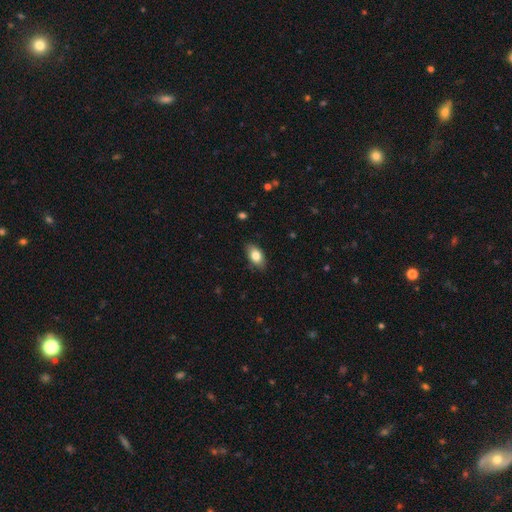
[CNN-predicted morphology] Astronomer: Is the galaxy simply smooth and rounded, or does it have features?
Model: smooth — 81%.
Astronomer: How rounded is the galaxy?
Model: in between — 91%.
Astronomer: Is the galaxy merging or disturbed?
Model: none — 84%.